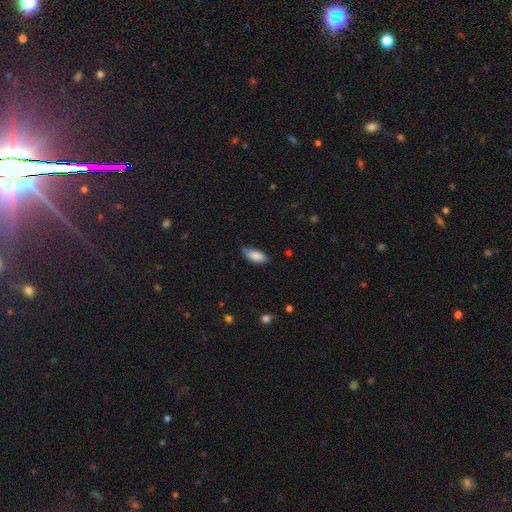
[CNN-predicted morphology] This is clearly a smooth galaxy (86%). How rounded: clearly in between (83%). Merging: likely none (73%).